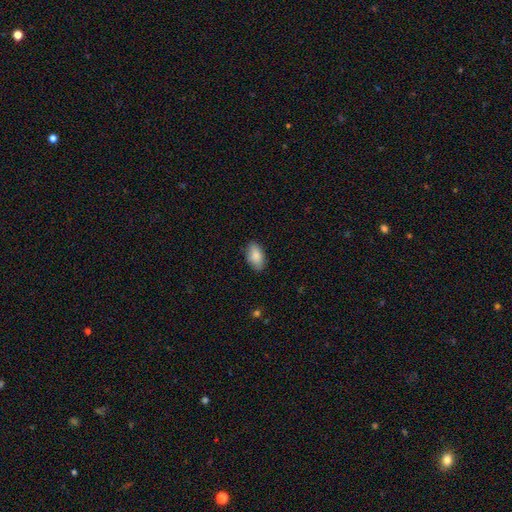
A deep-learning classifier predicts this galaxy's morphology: Smooth or featured? smooth (85%)
How rounded? in between (93%)
Merging? none (82%)